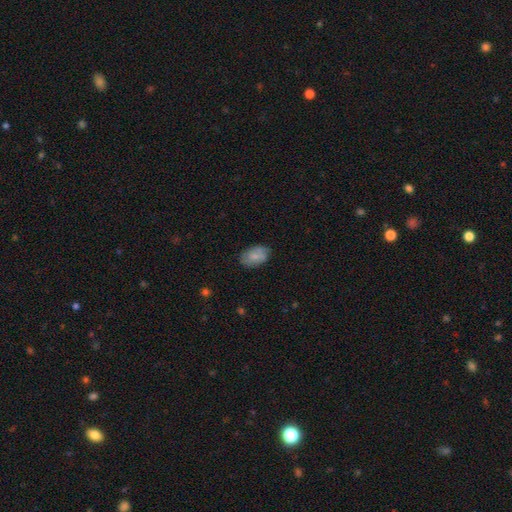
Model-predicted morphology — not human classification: Smooth or featured?
  - smooth: 67% *
  - featured or disk: 26%
  - star or artifact: 7%
How rounded?
  - in between: 89% *
  - round: 10%
  - cigar-shaped: 1%
Merging?
  - none: 76% *
  - minor disturbance: 18%
  - major disturbance: 4%
  - merger: 2%